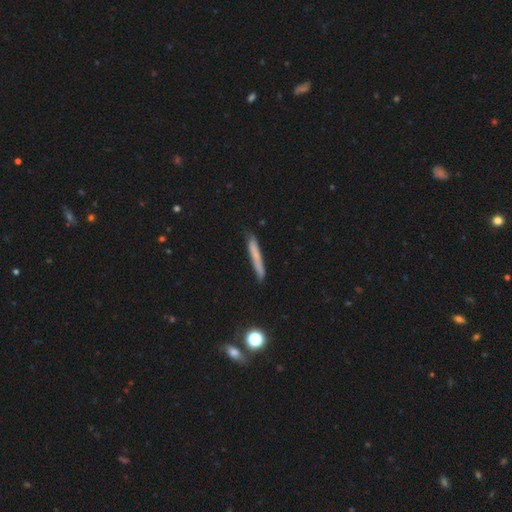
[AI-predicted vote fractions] A smooth galaxy with no disk features (67%) that is cigar-shaped (96%).

Vote fractions:
- Smooth or featured? smooth: 67% / featured or disk: 25% / star or artifact: 8%
- How rounded? cigar-shaped: 96% / in between: 3% / round: 2%
- Merging? none: 84% / minor disturbance: 12% / major disturbance: 2% / merger: 2%